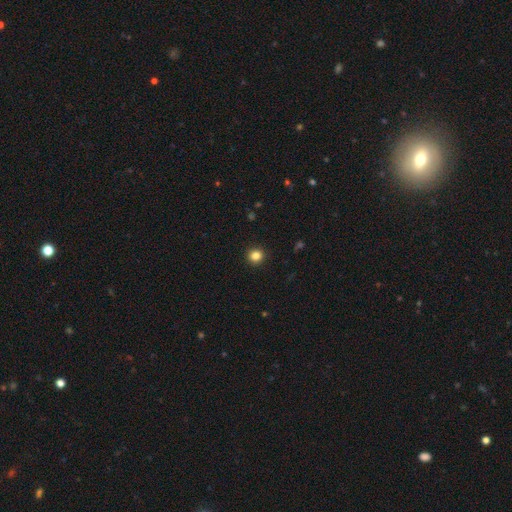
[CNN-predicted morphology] smooth_or_featured: smooth (p=0.84) [alt: star or artifact p=0.12]
how_rounded: round (p=0.94) [alt: in between p=0.05]
merging: none (p=0.93) [alt: minor disturbance p=0.04]